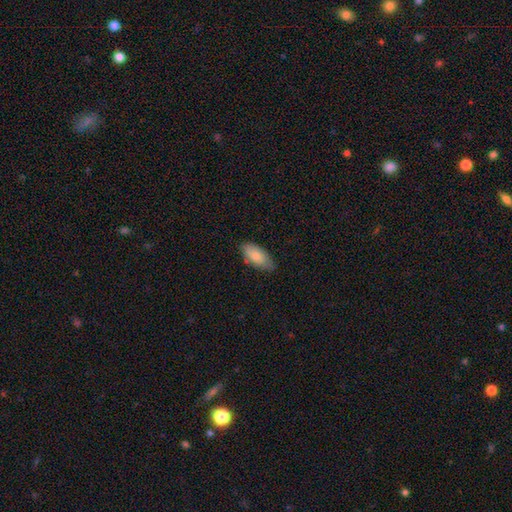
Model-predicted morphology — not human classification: smooth 83%, featured or disk 11%, star or artifact 6%. Down the decision tree: how rounded — in between (89%); merging — none (70%).